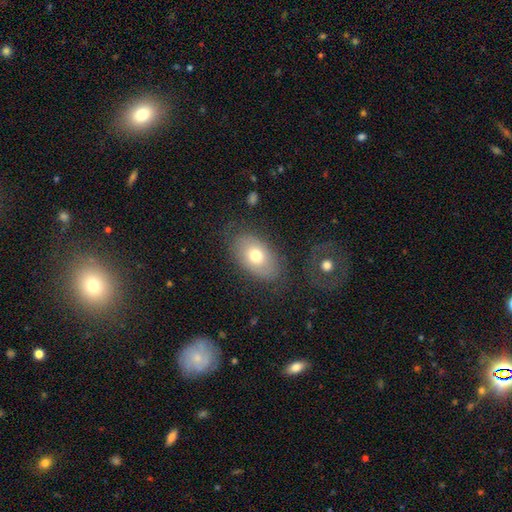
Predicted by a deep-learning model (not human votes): The model was most divided on "smooth or featured": smooth: 65%, featured or disk: 26%, star or artifact: 9%. More confident: how rounded — in between (87%); merging — none (75%).